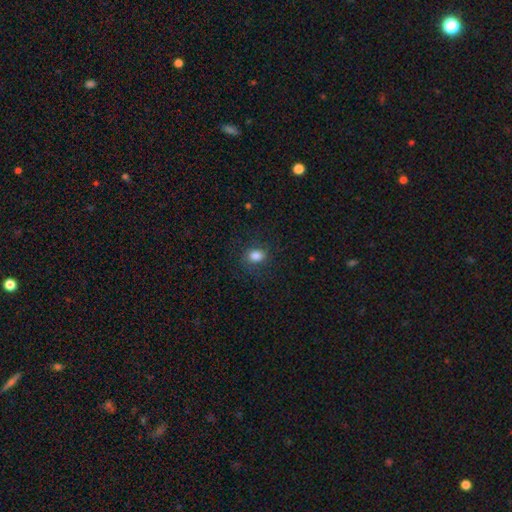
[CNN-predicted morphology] Overall: smooth (81%). How rounded: in between (55%; round 44%). Merging: none (79%).